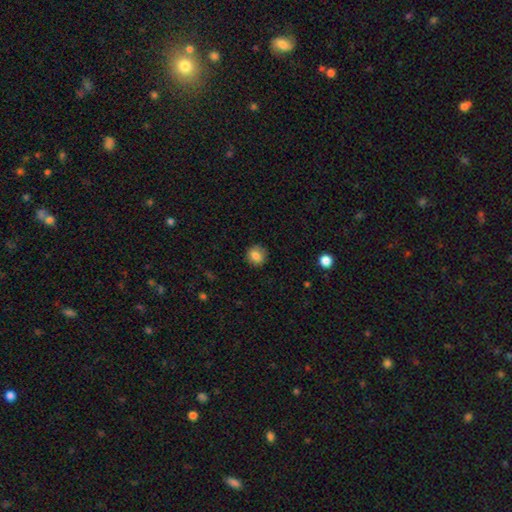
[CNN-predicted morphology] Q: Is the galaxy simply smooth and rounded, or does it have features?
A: smooth — 83%.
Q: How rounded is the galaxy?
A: round — 85%.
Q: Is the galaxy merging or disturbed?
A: none — 88%.